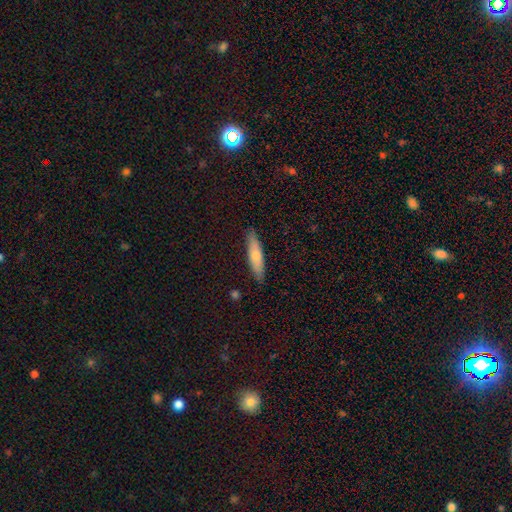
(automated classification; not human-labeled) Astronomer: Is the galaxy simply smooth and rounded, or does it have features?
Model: smooth — 72%.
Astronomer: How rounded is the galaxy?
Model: cigar-shaped — 74%.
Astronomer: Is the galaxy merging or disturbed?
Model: none — 88%.